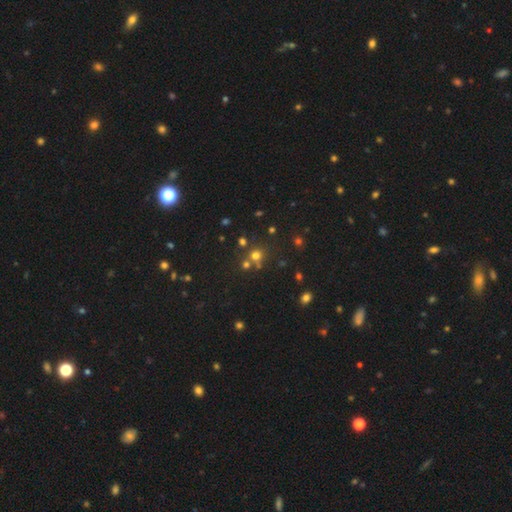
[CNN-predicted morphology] The model was most divided on "smooth or featured": smooth: 63%, star or artifact: 28%, featured or disk: 9%. More confident: how rounded — round (88%); merging — none (62%).